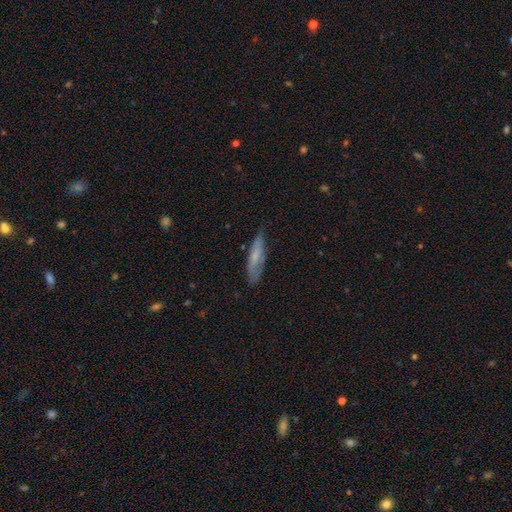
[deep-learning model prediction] Smooth or featured? Predicted: smooth (p=0.56). How rounded? Predicted: cigar-shaped (p=0.65). Merging? Predicted: none (p=0.66).